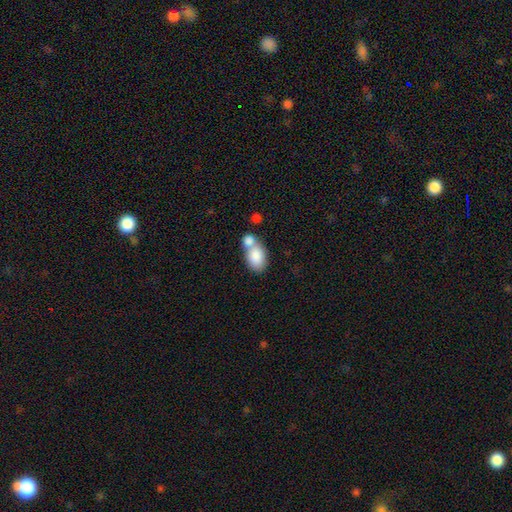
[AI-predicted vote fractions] This is clearly a smooth galaxy (82%). How rounded: clearly in between (88%). Merging: possibly merger (55%).